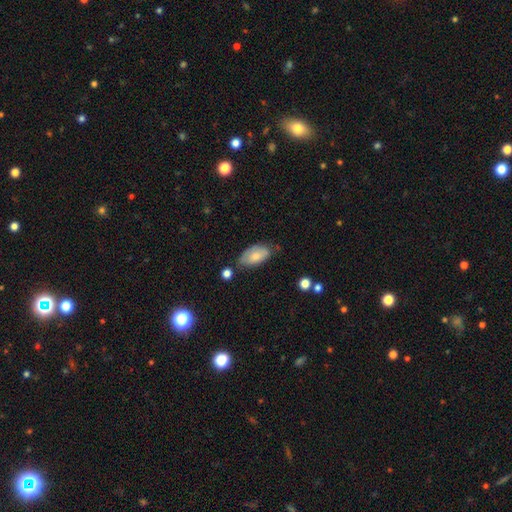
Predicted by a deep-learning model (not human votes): This appears to be a smooth galaxy with no disk features (70%) that is in between round and cigar-shaped (93%). Merging: none (57%).